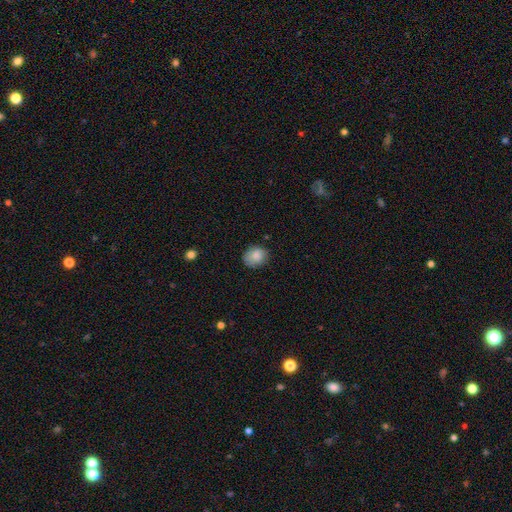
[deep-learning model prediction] A smooth galaxy with no disk features (84%) that is round (56%). Merging: none (76%).